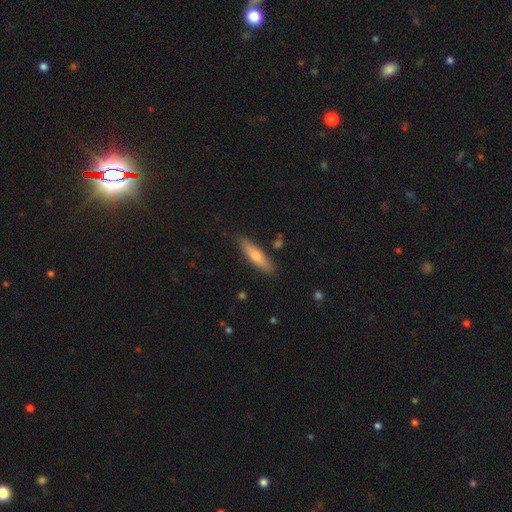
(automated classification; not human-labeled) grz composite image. It shows a smooth galaxy with no disk features (67%) that is cigar-shaped (76%). Merging: none (86%).